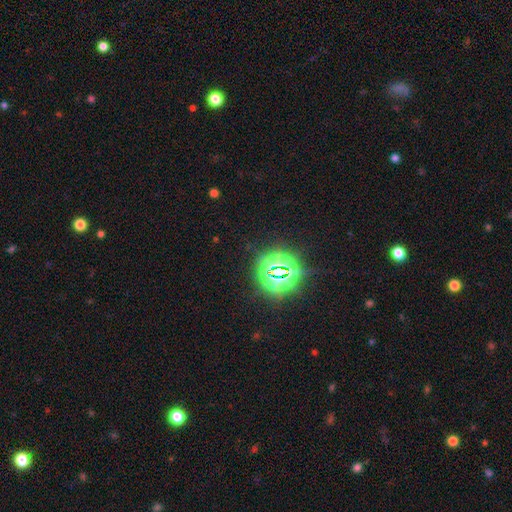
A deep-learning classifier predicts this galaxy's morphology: The model was most divided on "smooth or featured": star or artifact: 82%, smooth: 11%, featured or disk: 7%.